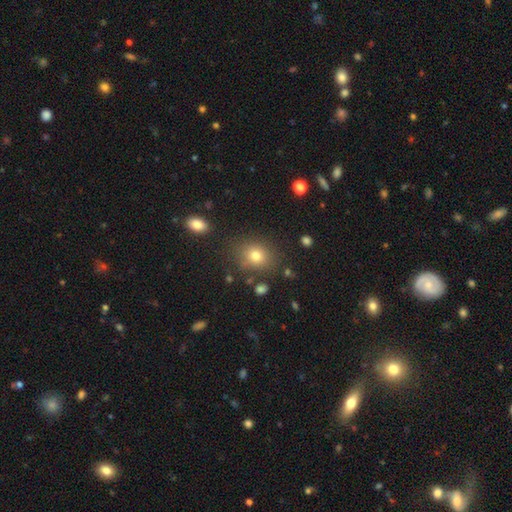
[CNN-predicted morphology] This is likely a smooth galaxy (77%). How rounded: likely round (61%). Merging: clearly none (80%).